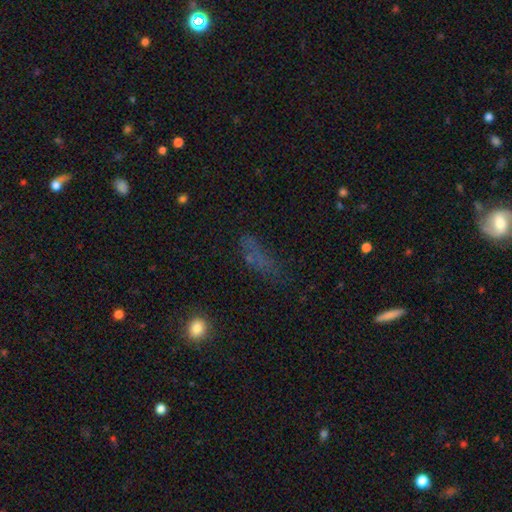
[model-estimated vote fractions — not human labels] Smooth or featured? Predicted: smooth (p=0.51). How rounded? Predicted: in between (p=0.48). Merging? Predicted: none (p=0.53).